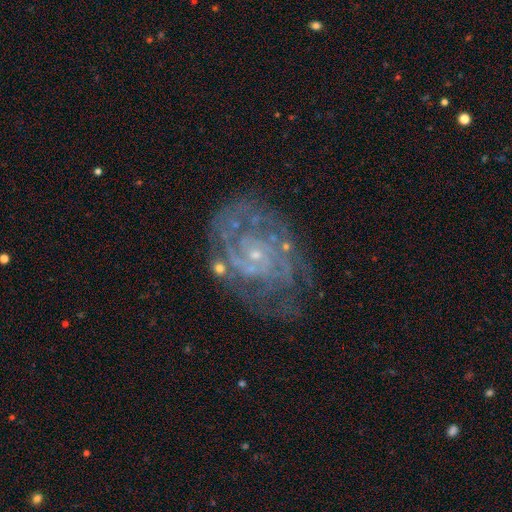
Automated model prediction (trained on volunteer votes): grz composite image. It shows a featured or disk galaxy (85%) with no bar (73%), tight (67%) spiral arms (92%) and a small central bulge (84%). Merging: none (65%).